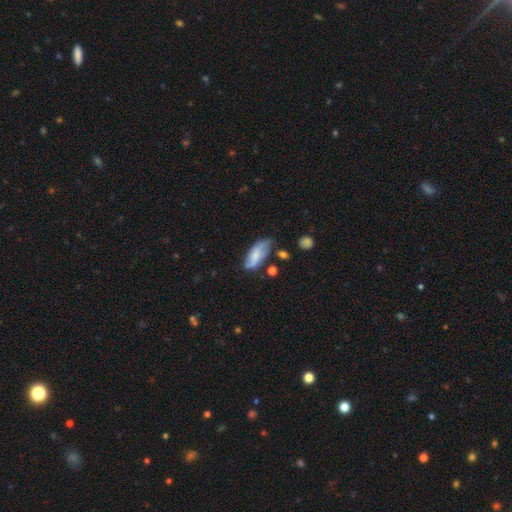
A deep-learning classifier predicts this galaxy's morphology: A smooth galaxy with no disk features (65%) that is in between round and cigar-shaped (82%). Merging: none (48%).